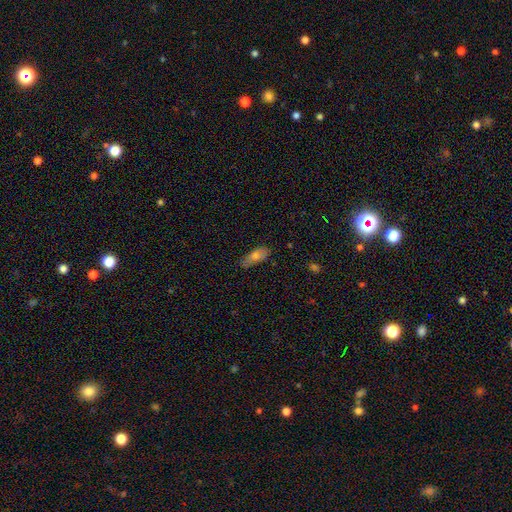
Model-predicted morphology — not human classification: smooth 74%, featured or disk 19%, star or artifact 7%. Down the decision tree: how rounded — in between (71%); merging — none (67%).